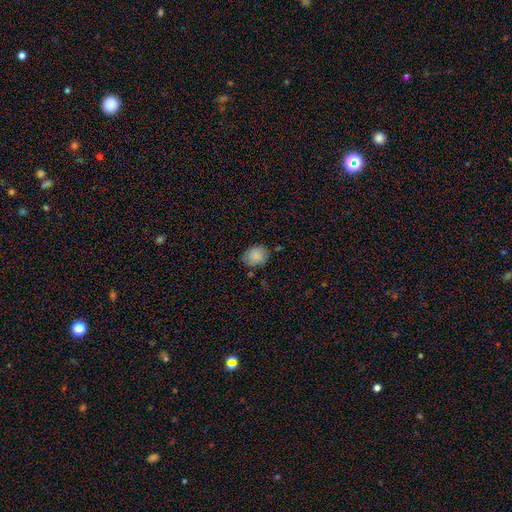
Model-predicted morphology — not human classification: Overall: smooth (86%). How rounded: in between (51%; round 48%). Merging: none (74%).